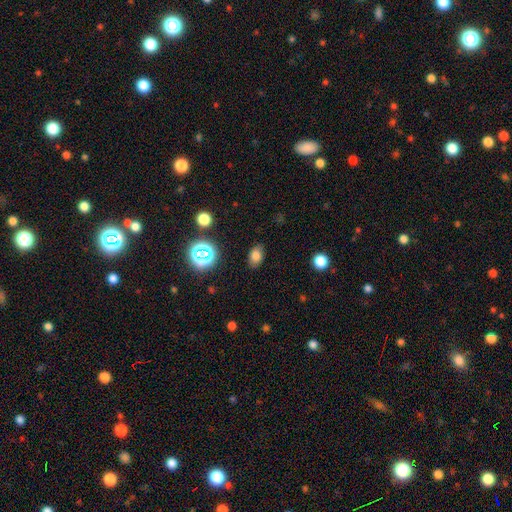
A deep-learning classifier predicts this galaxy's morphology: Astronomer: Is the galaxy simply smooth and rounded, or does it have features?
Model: smooth — 76%.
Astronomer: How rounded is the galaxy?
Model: in between — 80%.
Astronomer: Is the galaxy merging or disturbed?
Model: none — 85%.